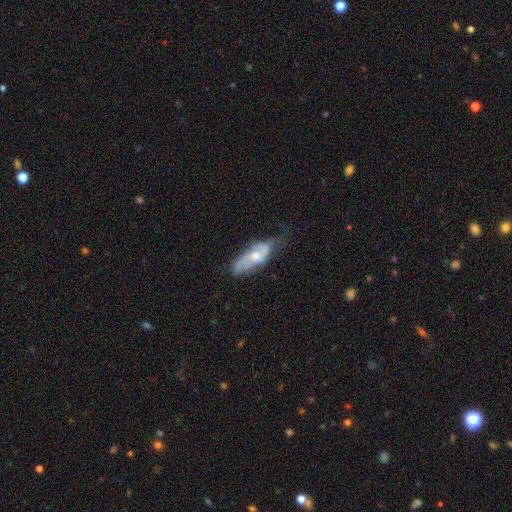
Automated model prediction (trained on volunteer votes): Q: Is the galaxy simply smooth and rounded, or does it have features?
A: featured or disk — 50%.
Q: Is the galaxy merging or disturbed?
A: none — 44%.